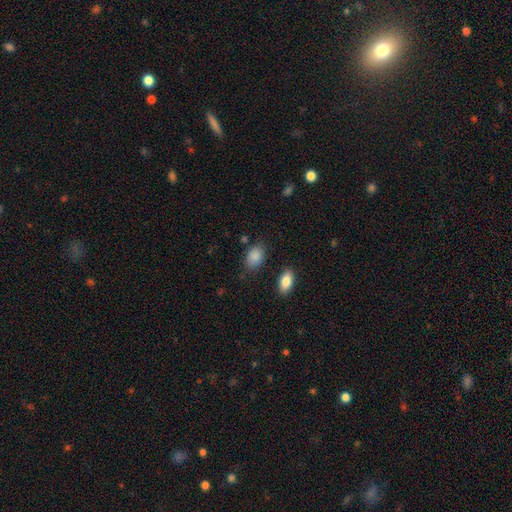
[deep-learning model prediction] This is clearly a smooth galaxy (88%). How rounded: clearly in between (85%). Merging: likely none (77%).